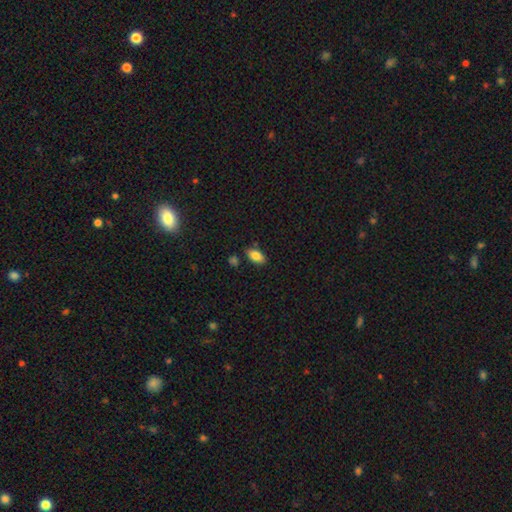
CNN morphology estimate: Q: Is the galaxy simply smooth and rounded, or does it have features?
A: smooth — 83%.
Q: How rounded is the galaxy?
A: in between — 92%.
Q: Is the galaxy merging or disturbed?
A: none — 82%.